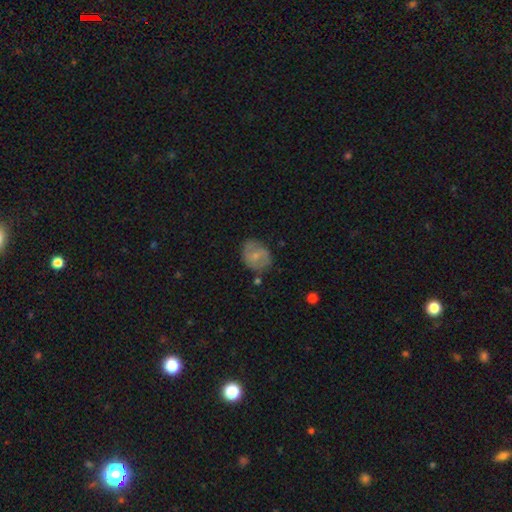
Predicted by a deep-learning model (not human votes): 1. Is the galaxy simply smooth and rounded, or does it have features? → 53% smooth, 39% featured or disk, 7% star or artifact.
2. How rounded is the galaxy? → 54% round, 45% in between, 1% cigar-shaped.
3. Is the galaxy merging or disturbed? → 66% none, 24% minor disturbance, 7% major disturbance, 4% merger.